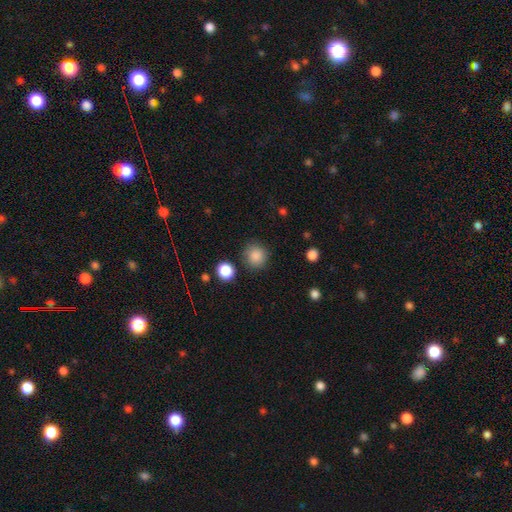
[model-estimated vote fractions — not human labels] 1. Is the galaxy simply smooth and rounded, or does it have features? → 87% smooth, 10% star or artifact, 4% featured or disk.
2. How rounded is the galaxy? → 90% round, 9% in between, 1% cigar-shaped.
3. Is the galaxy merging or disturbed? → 86% none, 8% minor disturbance, 3% major disturbance, 3% merger.